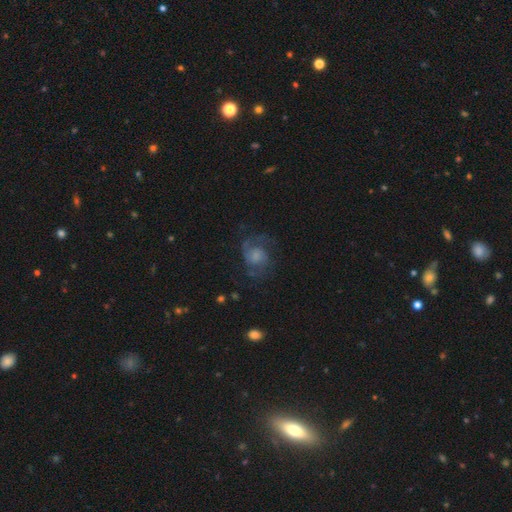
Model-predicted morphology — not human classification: Smooth or featured?
  - featured or disk: 66% *
  - smooth: 25%
  - star or artifact: 9%
Edge-on disk?
  - no: 98% *
  - yes: 2%
Bar?
  - no: 68% *
  - weak: 28%
  - strong: 4%
Spiral arms?
  - yes: 90% *
  - no: 10%
Spiral winding?
  - medium: 49% *
  - loose: 28%
  - tight: 22%
Spiral arm count?
  - 2: 67% *
  - can't tell: 12%
  - 1: 11%
  - 3: 6%
  - 4: 2%
  - more than 4: 2%
Bulge size?
  - none: 28% *
  - moderate: 25%
  - small: 25%
  - large: 19%
  - dominant: 4%
Merging?
  - none: 58% *
  - major disturbance: 21%
  - minor disturbance: 19%
  - merger: 2%